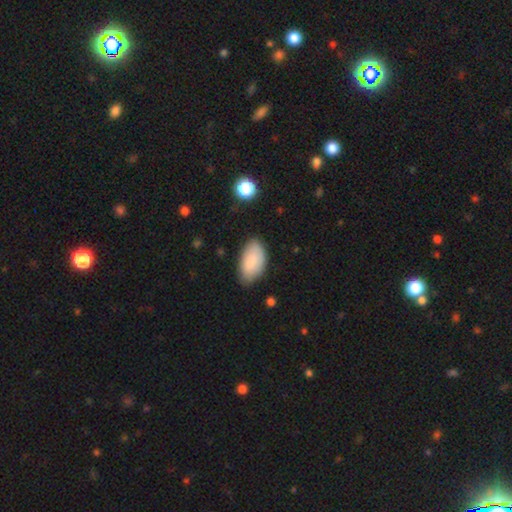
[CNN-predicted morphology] Smooth or featured: smooth — 84% (featured or disk — 9%)
How rounded: in between — 95% (round — 3%)
Merging: none — 77% (minor disturbance — 18%)